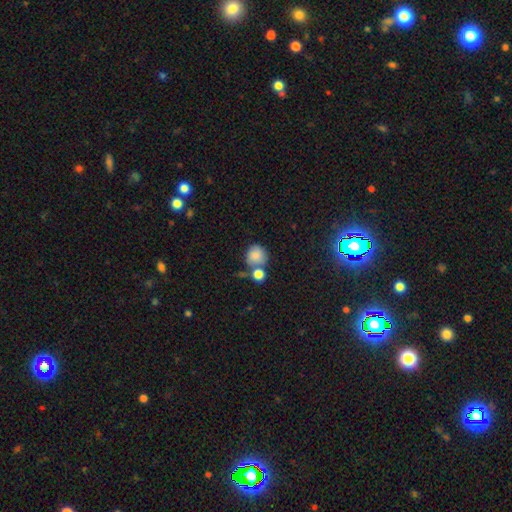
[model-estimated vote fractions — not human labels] A smooth galaxy with no disk features (82%) that is round (84%). Merging: none (49%).